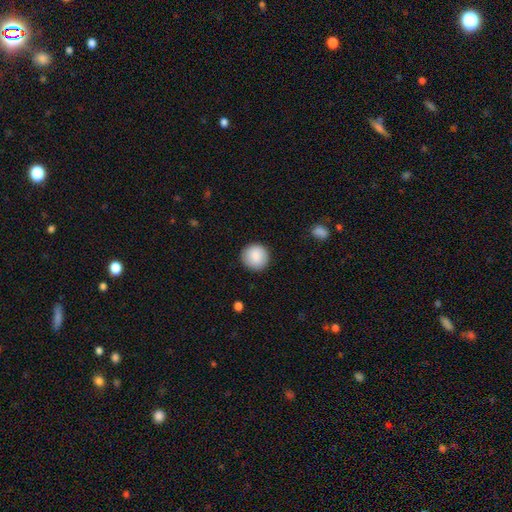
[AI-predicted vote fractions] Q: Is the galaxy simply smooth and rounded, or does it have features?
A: smooth — 89%.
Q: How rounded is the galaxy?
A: round — 93%.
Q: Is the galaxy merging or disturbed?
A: none — 91%.